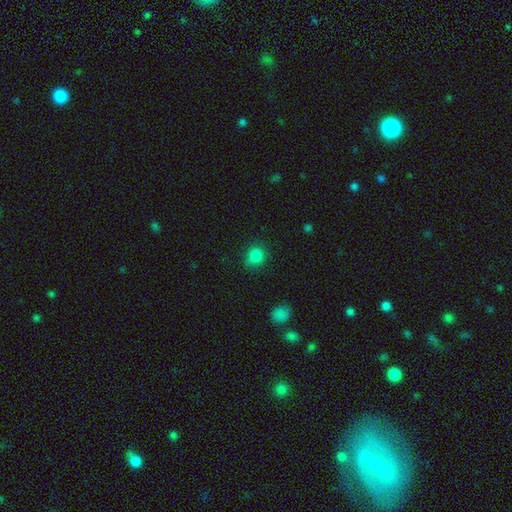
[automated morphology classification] Smooth or featured? Predicted: smooth (p=0.84). How rounded? Predicted: round (p=0.82). Merging? Predicted: none (p=0.82).